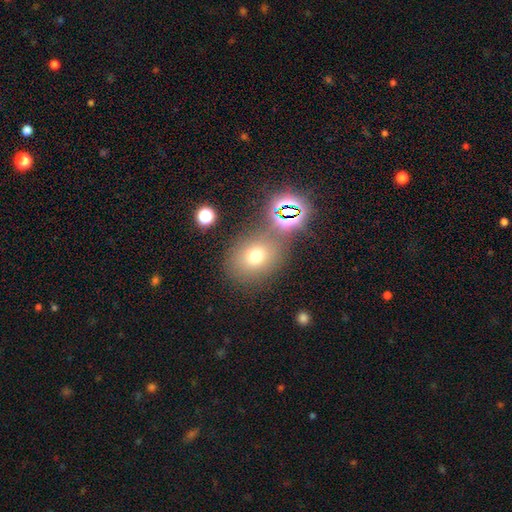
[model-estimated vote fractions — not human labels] smooth-or-featured: smooth: 67% | star or artifact: 21% | featured or disk: 12%
  how-rounded: round: 60% | in between: 39% | cigar-shaped: 1%
  merging: none: 69% | merger: 13% | minor disturbance: 12% | major disturbance: 5%